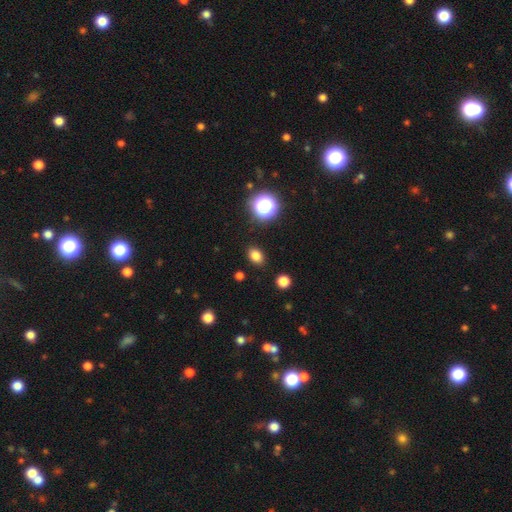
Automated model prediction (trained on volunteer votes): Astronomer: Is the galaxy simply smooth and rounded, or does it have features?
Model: smooth — 81%.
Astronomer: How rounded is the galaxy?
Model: in between — 73%.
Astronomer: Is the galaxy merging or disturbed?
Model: none — 88%.